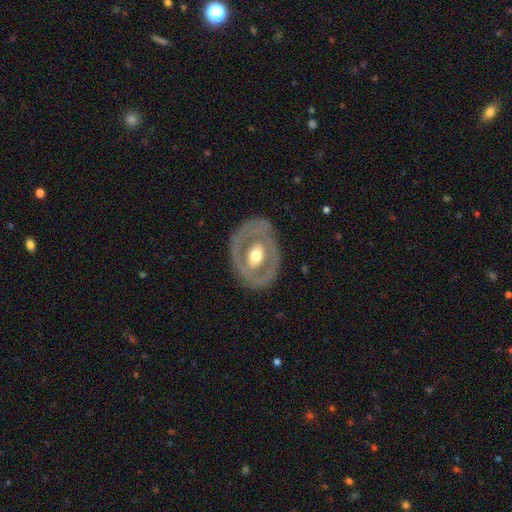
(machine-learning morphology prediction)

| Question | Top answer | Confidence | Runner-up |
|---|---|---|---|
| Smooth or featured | featured or disk | 69% | smooth (26%) |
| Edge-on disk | no | 94% | yes (6%) |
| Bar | no | 59% | weak (26%) |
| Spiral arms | no | 72% | yes (28%) |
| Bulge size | moderate | 69% | large (19%) |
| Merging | none | 77% | minor disturbance (14%) |